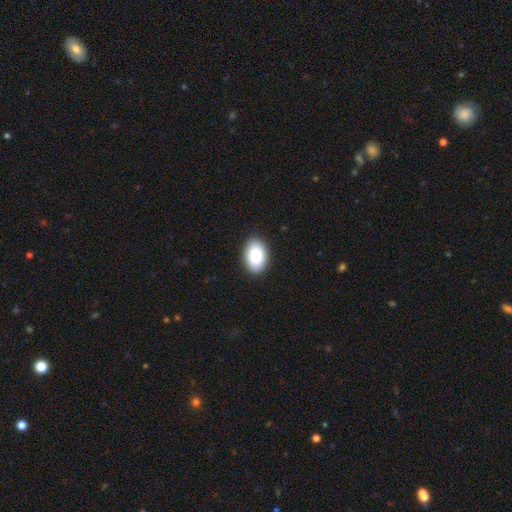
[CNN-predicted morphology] This is clearly a smooth galaxy (85%). How rounded: clearly in between (90%). Merging: clearly none (90%).